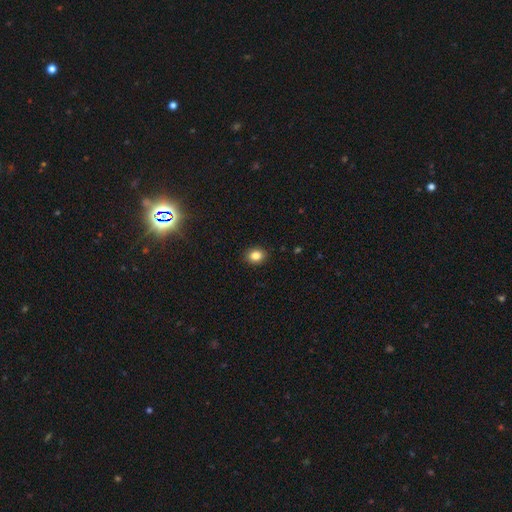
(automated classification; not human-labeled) This appears to be a smooth galaxy with no disk features (85%) that is round (55%). Merging: none (91%).